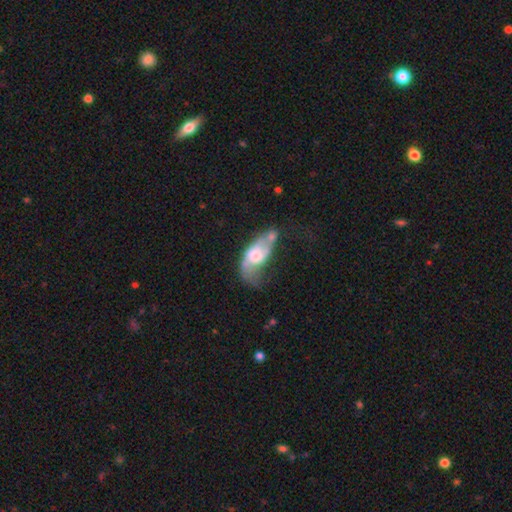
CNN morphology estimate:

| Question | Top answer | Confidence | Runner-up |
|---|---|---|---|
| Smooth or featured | featured or disk | 53% | smooth (40%) |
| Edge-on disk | no | 89% | yes (11%) |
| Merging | major disturbance | 31% | minor disturbance (24%) |